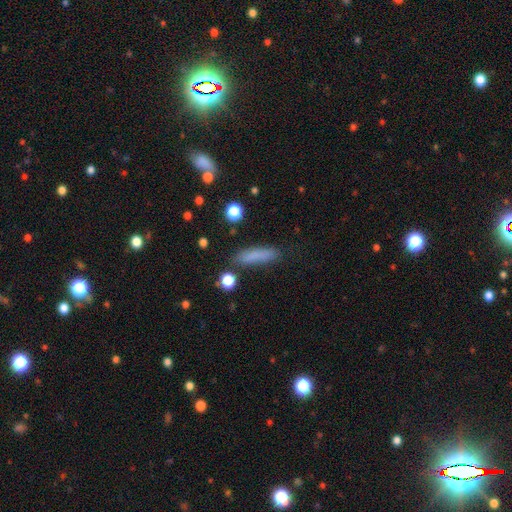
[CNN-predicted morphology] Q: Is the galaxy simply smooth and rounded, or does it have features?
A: smooth — 80%.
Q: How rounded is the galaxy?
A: cigar-shaped — 79%.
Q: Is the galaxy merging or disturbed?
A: none — 80%.